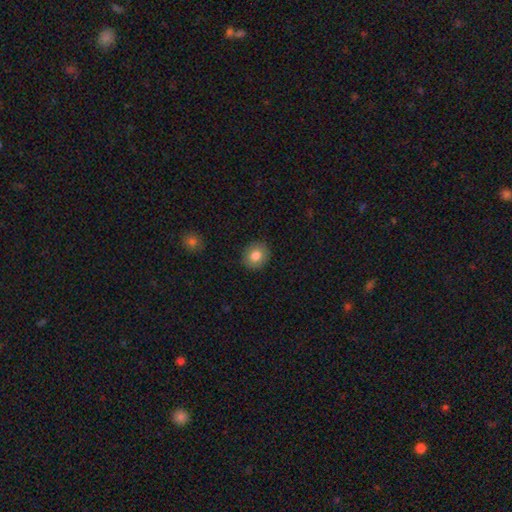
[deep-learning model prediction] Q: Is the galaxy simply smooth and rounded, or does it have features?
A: smooth — 82%.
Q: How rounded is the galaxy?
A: round — 75%.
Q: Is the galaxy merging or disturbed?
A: none — 90%.